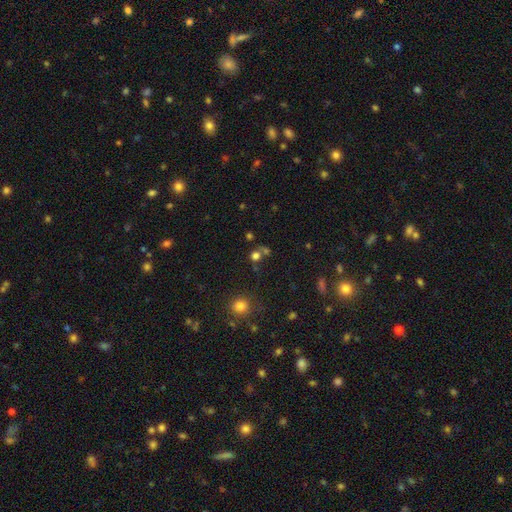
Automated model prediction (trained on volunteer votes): Morphology: type=smooth (68%); roundness=round (84%); merging=none (57%).